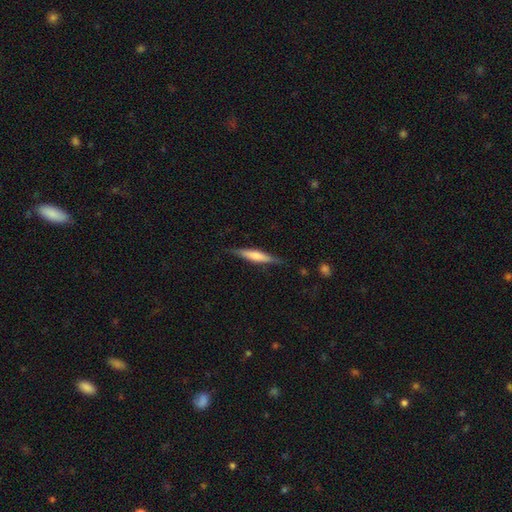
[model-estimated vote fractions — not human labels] Smooth or featured: smooth — 49% (featured or disk — 46%)
Merging: none — 84% (minor disturbance — 12%)